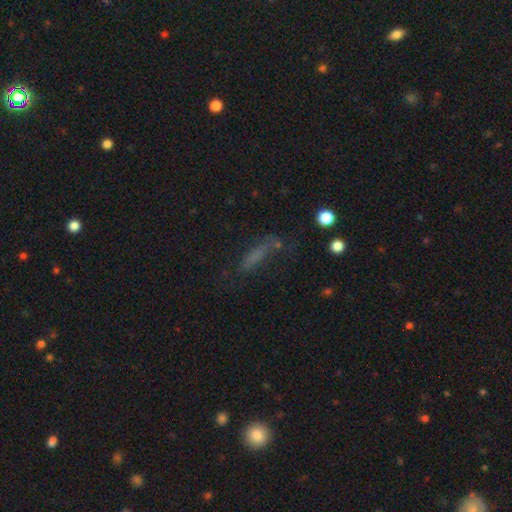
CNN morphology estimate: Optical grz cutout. It shows a smooth galaxy with no disk features (58%) that is cigar-shaped (66%). Merging: none (48%).